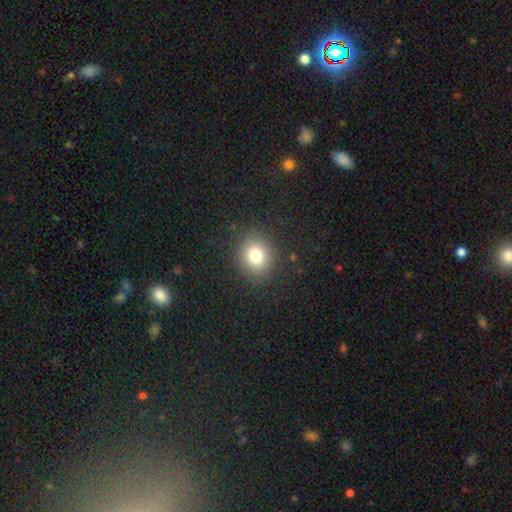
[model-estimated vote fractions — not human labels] A smooth galaxy with no disk features (78%) that is round (76%).

Vote fractions:
- Smooth or featured? smooth: 78% / star or artifact: 13% / featured or disk: 9%
- How rounded? round: 76% / in between: 23% / cigar-shaped: 1%
- Merging? none: 88% / minor disturbance: 8% / major disturbance: 3% / merger: 1%